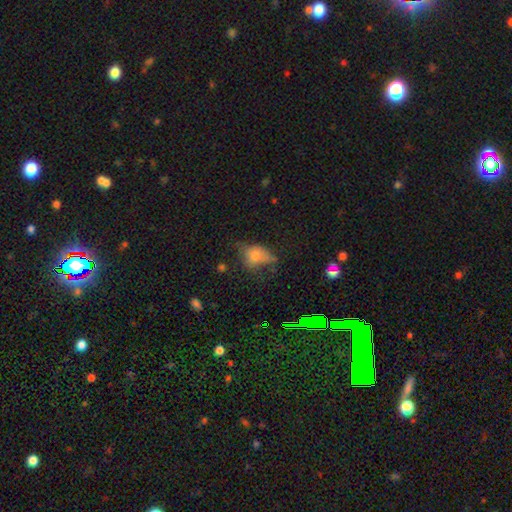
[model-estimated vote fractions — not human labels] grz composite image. It shows a smooth galaxy with no disk features (58%) that is in between round and cigar-shaped (60%). Merging: none (42%).